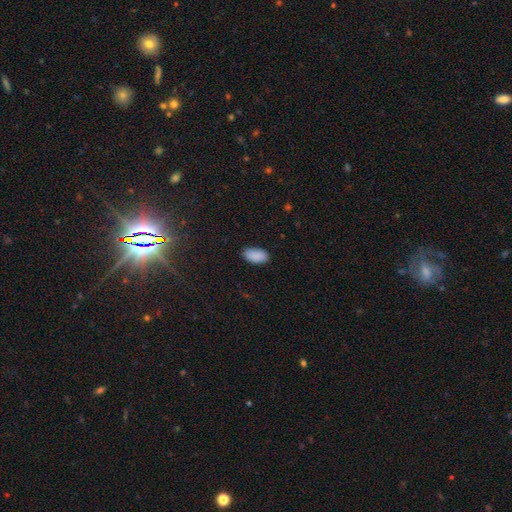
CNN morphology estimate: Smooth or featured?
  - smooth: 89% *
  - star or artifact: 7%
  - featured or disk: 3%
How rounded?
  - in between: 95% *
  - round: 3%
  - cigar-shaped: 2%
Merging?
  - none: 85% *
  - minor disturbance: 11%
  - major disturbance: 2%
  - merger: 1%